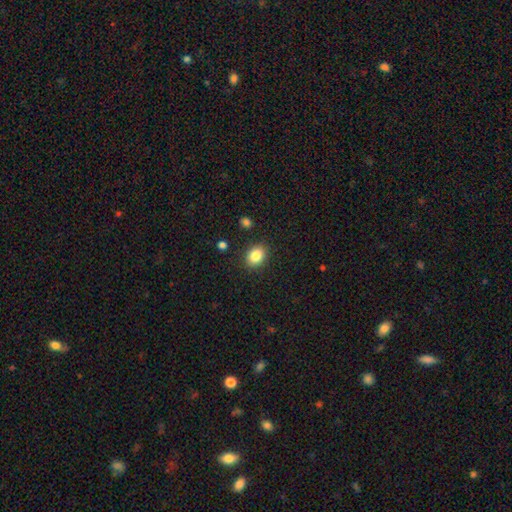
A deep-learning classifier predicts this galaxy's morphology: Smooth or featured? smooth (85%)
How rounded? in between (55%)
Merging? none (88%)